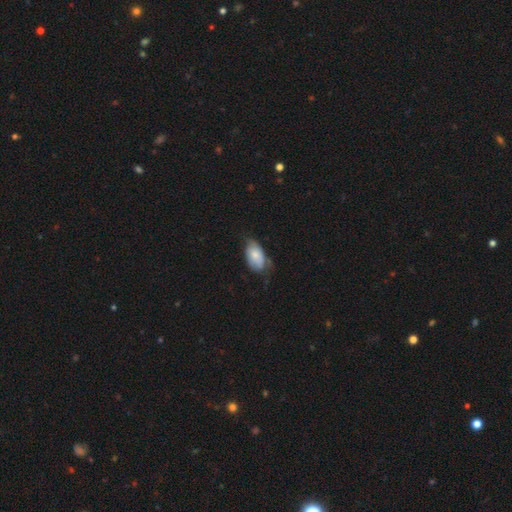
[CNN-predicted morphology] This is likely a smooth galaxy (73%). How rounded: clearly in between (93%). Merging: marginally none (44%).